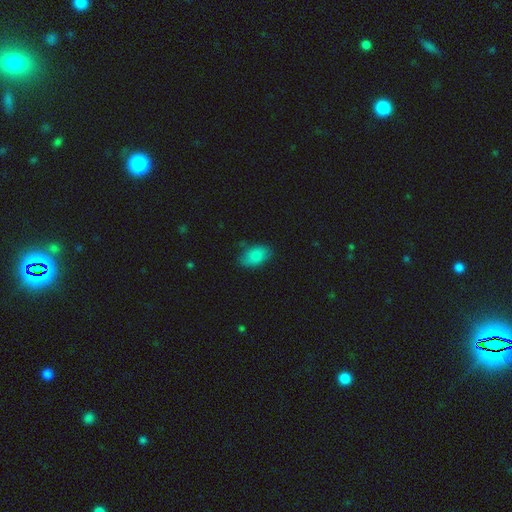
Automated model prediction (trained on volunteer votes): Smooth or featured?
  - smooth: 86% *
  - star or artifact: 8%
  - featured or disk: 7%
How rounded?
  - in between: 90% *
  - round: 8%
  - cigar-shaped: 2%
Merging?
  - none: 71% *
  - minor disturbance: 22%
  - major disturbance: 5%
  - merger: 2%